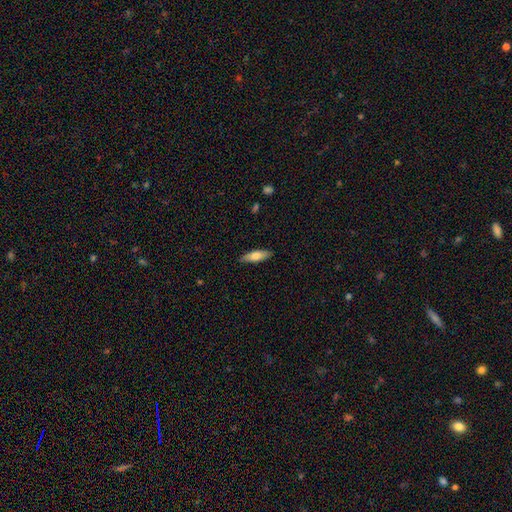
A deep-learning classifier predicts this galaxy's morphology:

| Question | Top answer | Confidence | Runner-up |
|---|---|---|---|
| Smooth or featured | smooth | 71% | featured or disk (23%) |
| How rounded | in between | 49% | tied: cigar-shaped (49%) |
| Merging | none | 86% | minor disturbance (11%) |